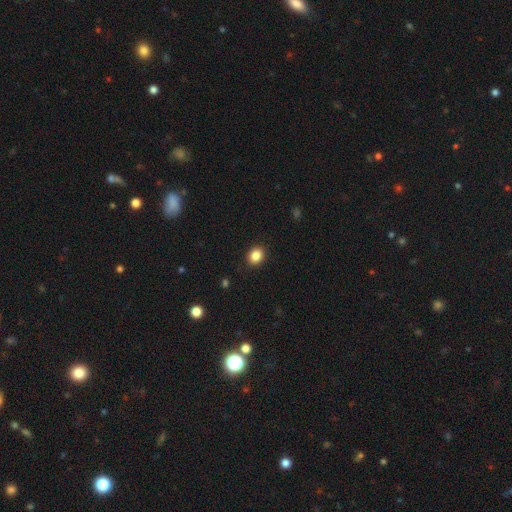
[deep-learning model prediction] Q: Smooth or featured?
A: smooth (87%); runner-up: star or artifact (10%)
Q: How rounded?
A: round (56%); runner-up: in between (43%)
Q: Merging?
A: none (89%); runner-up: minor disturbance (8%)